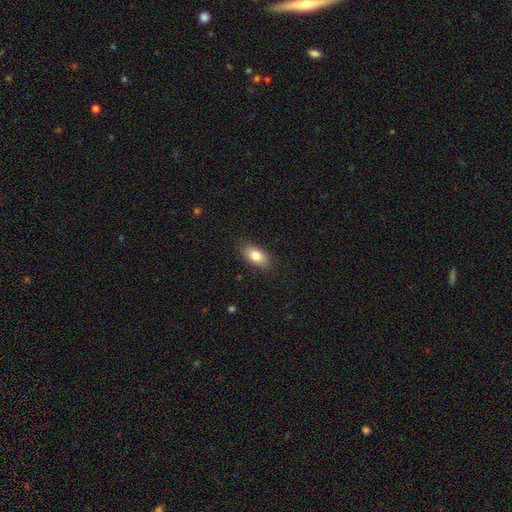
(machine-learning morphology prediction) A smooth galaxy with no disk features (83%) that is in between round and cigar-shaped (91%).

Vote fractions:
- Smooth or featured? smooth: 83% / featured or disk: 10% / star or artifact: 7%
- How rounded? in between: 91% / round: 5% / cigar-shaped: 4%
- Merging? none: 87% / minor disturbance: 10% / major disturbance: 2% / merger: 1%